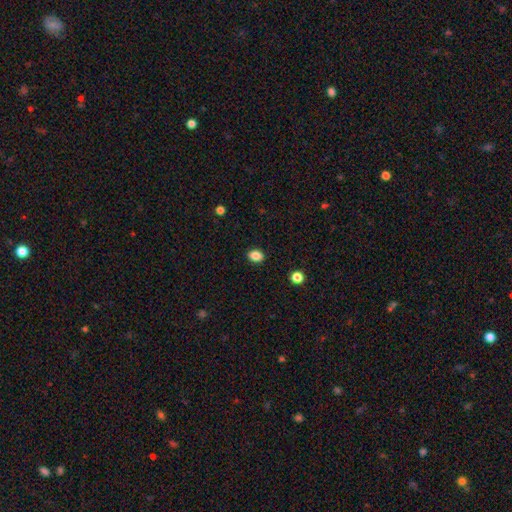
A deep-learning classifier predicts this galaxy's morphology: A smooth galaxy with no disk features (86%) that is in between round and cigar-shaped (70%).

Vote fractions:
- Smooth or featured? smooth: 86% / star or artifact: 10% / featured or disk: 4%
- How rounded? in between: 70% / round: 28% / cigar-shaped: 1%
- Merging? none: 90% / minor disturbance: 7% / major disturbance: 2% / merger: 1%